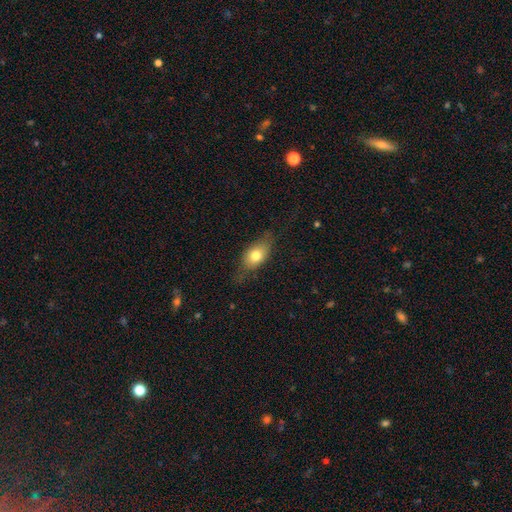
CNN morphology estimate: A smooth galaxy with no disk features (72%) that is in between round and cigar-shaped (79%).

Vote fractions:
- Smooth or featured? smooth: 72% / featured or disk: 20% / star or artifact: 8%
- How rounded? in between: 79% / round: 14% / cigar-shaped: 7%
- Merging? none: 65% / minor disturbance: 25% / major disturbance: 9% / merger: 1%